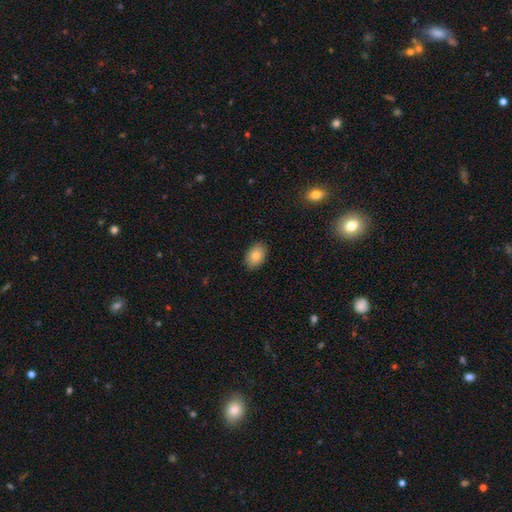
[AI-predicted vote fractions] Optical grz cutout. It shows a smooth galaxy with no disk features (84%) that is in between round and cigar-shaped (85%). Merging: none (88%).